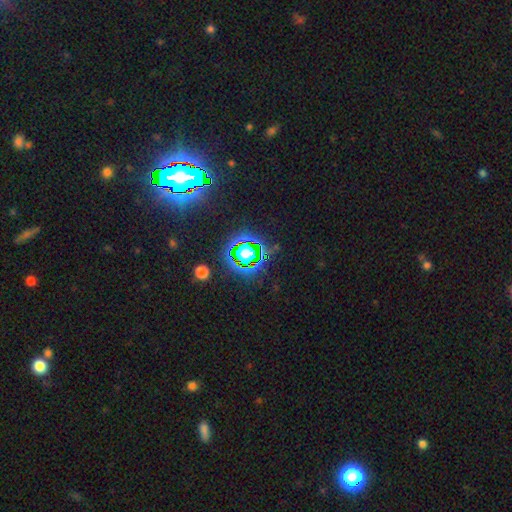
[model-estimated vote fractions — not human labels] Overall: star or artifact (80%).